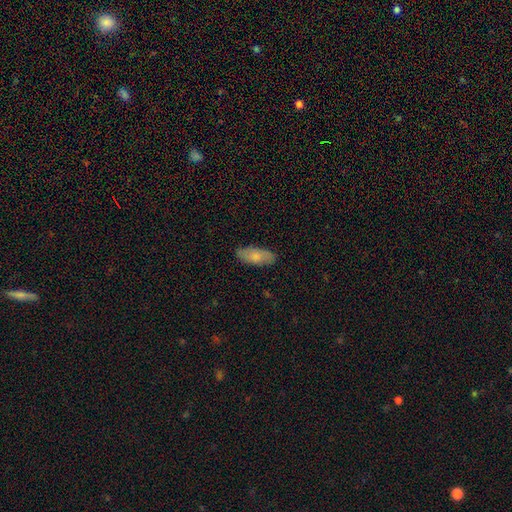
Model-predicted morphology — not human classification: The model was most divided on "smooth or featured": smooth: 75%, featured or disk: 18%, star or artifact: 6%. More confident: merging — none (85%); how rounded — in between (80%).